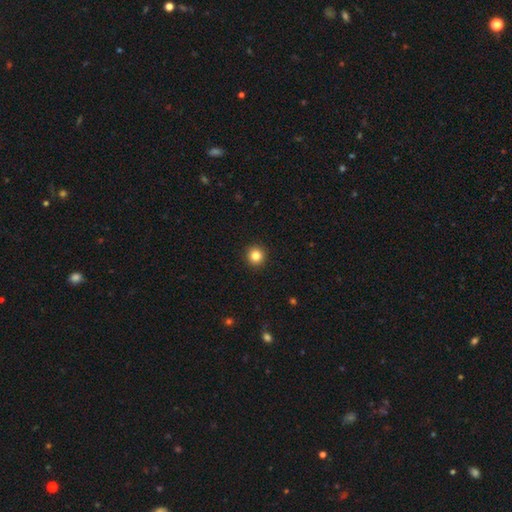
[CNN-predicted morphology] Smooth or featured? smooth (84%)
How rounded? round (95%)
Merging? none (93%)